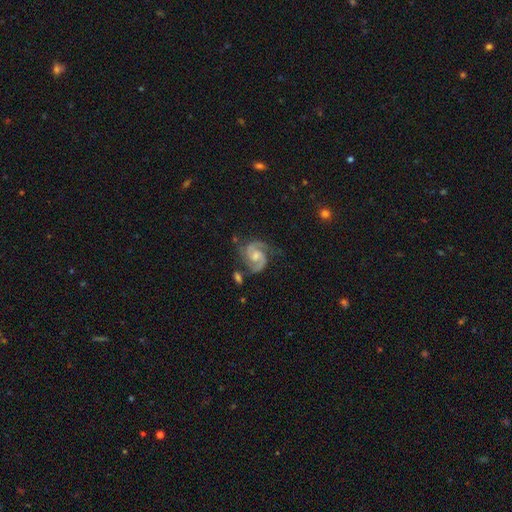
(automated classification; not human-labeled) Q: Smooth or featured?
A: featured or disk (90%); runner-up: smooth (5%)
Q: Edge-on disk?
A: no (98%); runner-up: yes (2%)
Q: Bar?
A: no (53%); runner-up: weak (39%)
Q: Spiral arms?
A: yes (98%); runner-up: no (2%)
Q: Spiral winding?
A: medium (54%); runner-up: tight (36%)
Q: Spiral arm count?
A: 2 (90%); runner-up: 3 (4%)
Q: Bulge size?
A: moderate (47%); runner-up: small (39%)
Q: Merging?
A: none (68%); runner-up: minor disturbance (20%)